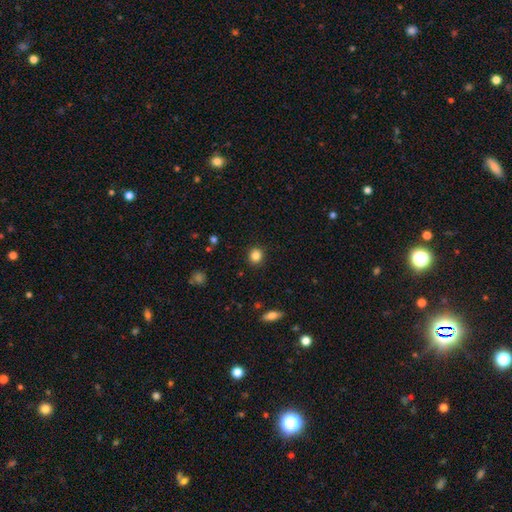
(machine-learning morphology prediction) Smooth or featured: smooth — 85% (star or artifact — 11%)
How rounded: round — 85% (in between — 14%)
Merging: none — 90% (minor disturbance — 7%)